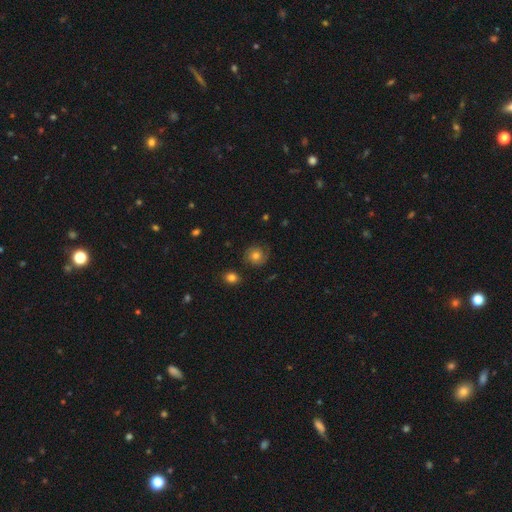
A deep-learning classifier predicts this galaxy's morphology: Overall: smooth (53%; featured or disk 35%). How rounded: round (87%). Merging: none (79%).